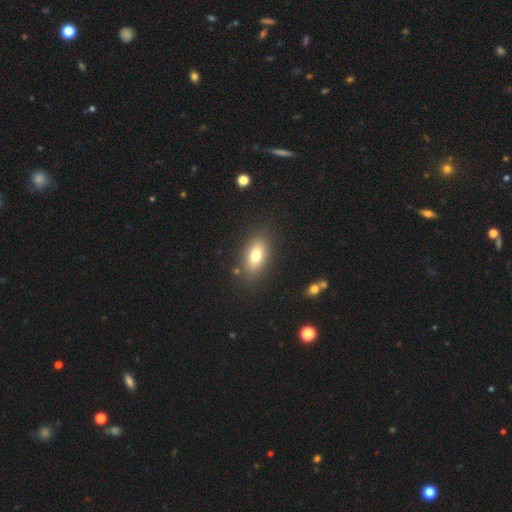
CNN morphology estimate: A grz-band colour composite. It shows a smooth galaxy with no disk features (74%) that is in between round and cigar-shaped (85%). Merging: none (84%).